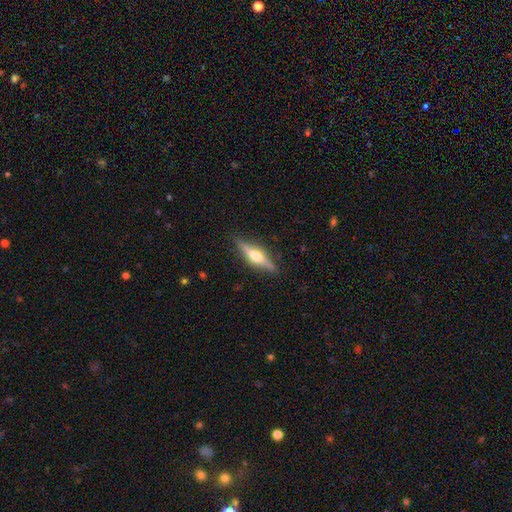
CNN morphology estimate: Smooth or featured?
  - featured or disk: 66% *
  - smooth: 29%
  - star or artifact: 6%
Edge-on disk?
  - yes: 96% *
  - no: 4%
Edge-on bulge?
  - rounded: 93% *
  - boxy: 5%
  - none: 2%
Merging?
  - none: 87% *
  - minor disturbance: 10%
  - major disturbance: 2%
  - merger: 1%